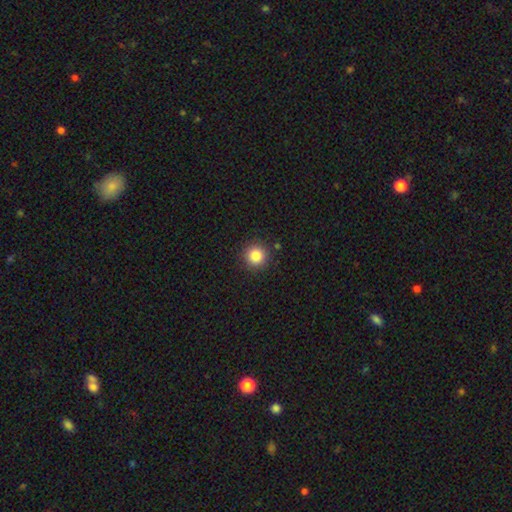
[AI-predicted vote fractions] Morphology: type=smooth (84%); roundness=round (95%); merging=none (90%).